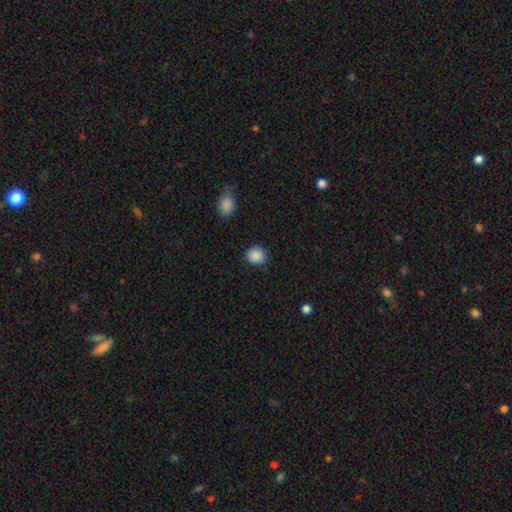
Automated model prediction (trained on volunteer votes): smooth_or_featured: smooth (p=0.89) [alt: star or artifact p=0.09]
how_rounded: round (p=0.78) [alt: in between p=0.21]
merging: none (p=0.86) [alt: minor disturbance p=0.09]